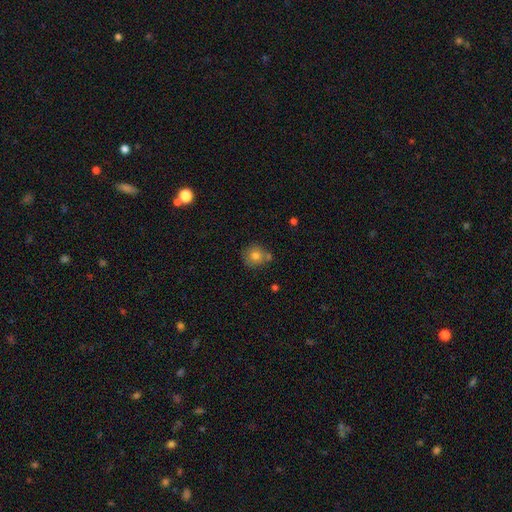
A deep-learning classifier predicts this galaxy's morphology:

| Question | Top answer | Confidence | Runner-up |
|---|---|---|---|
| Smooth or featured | smooth | 76% | featured or disk (13%) |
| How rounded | round | 88% | in between (11%) |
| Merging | none | 67% | merger (15%) |